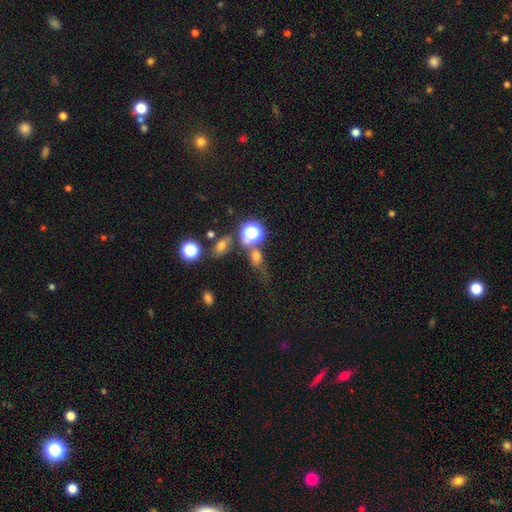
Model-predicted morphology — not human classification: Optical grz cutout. It shows a smooth galaxy with no disk features (61%) that is round (51%). Merging: none (50%).